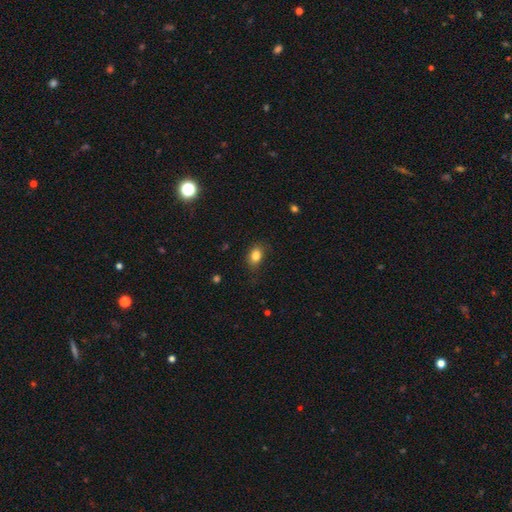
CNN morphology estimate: smooth-or-featured: smooth: 83% | star or artifact: 10% | featured or disk: 7%
  how-rounded: in between: 77% | round: 21% | cigar-shaped: 2%
  merging: none: 79% | minor disturbance: 16% | major disturbance: 4% | merger: 1%